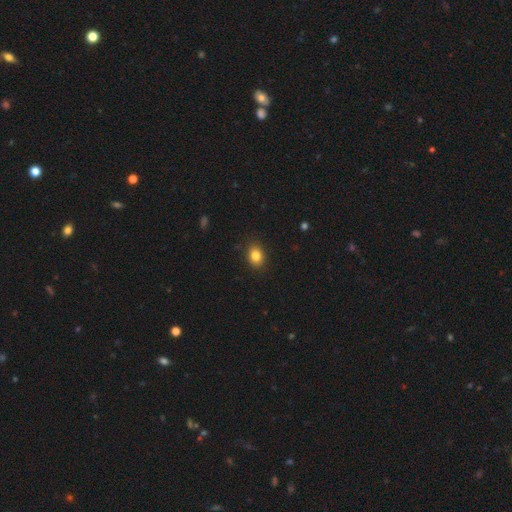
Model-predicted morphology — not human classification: Q: Smooth or featured?
A: smooth (84%); runner-up: star or artifact (10%)
Q: How rounded?
A: in between (58%); runner-up: round (41%)
Q: Merging?
A: none (88%); runner-up: minor disturbance (9%)